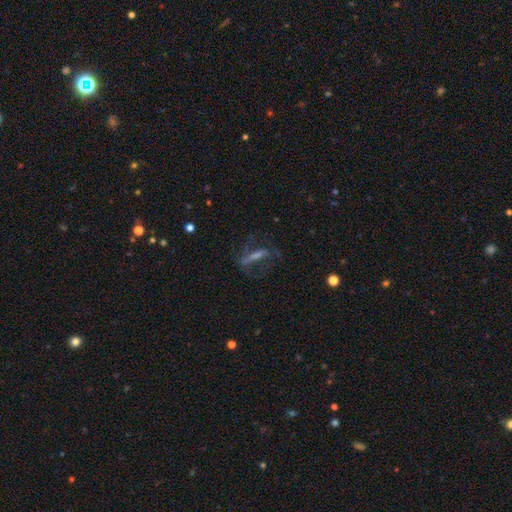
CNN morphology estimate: A featured or disk galaxy (53%).

Vote fractions:
- Smooth or featured? featured or disk: 53% / smooth: 29% / star or artifact: 18%
- Edge-on disk? no: 52% / yes: 48%
- Merging? none: 61% / major disturbance: 20% / minor disturbance: 17% / merger: 2%